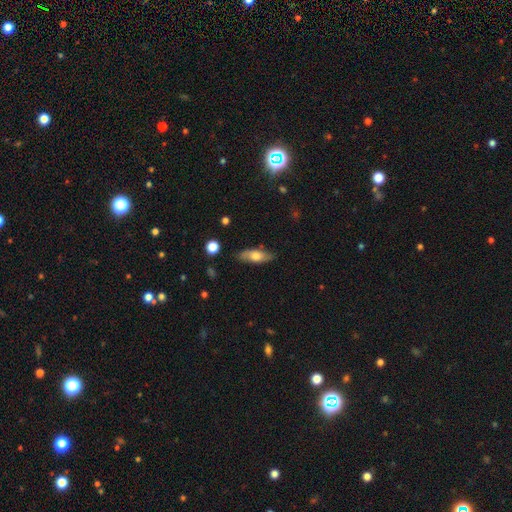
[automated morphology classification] A smooth galaxy with no disk features (62%) that is in between round and cigar-shaped (67%).

Vote fractions:
- Smooth or featured? smooth: 62% / featured or disk: 32% / star or artifact: 7%
- How rounded? in between: 67% / cigar-shaped: 29% / round: 3%
- Merging? none: 81% / minor disturbance: 14% / major disturbance: 3% / merger: 2%